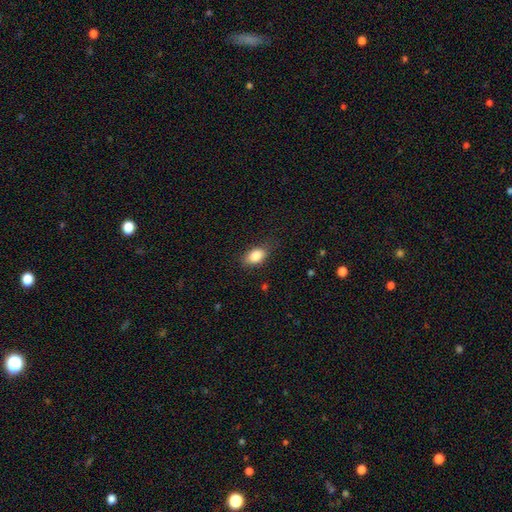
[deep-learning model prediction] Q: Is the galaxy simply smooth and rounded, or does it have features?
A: smooth — 86%.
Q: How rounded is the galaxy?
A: in between — 87%.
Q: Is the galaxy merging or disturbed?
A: none — 78%.